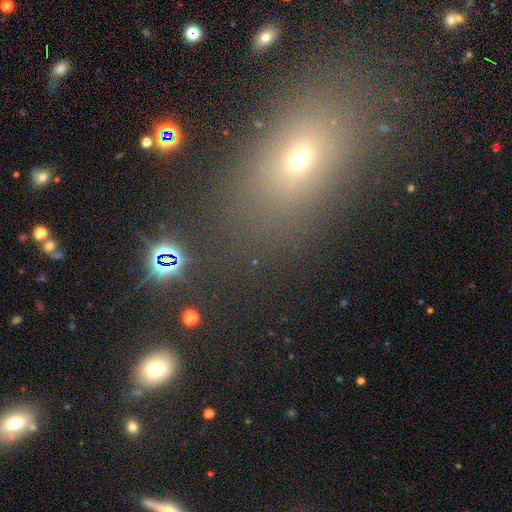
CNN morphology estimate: Smooth or featured?
  - smooth: 54% *
  - star or artifact: 32%
  - featured or disk: 14%
How rounded?
  - in between: 64% *
  - round: 30%
  - cigar-shaped: 5%
Merging?
  - none: 81% *
  - minor disturbance: 9%
  - major disturbance: 5%
  - merger: 4%